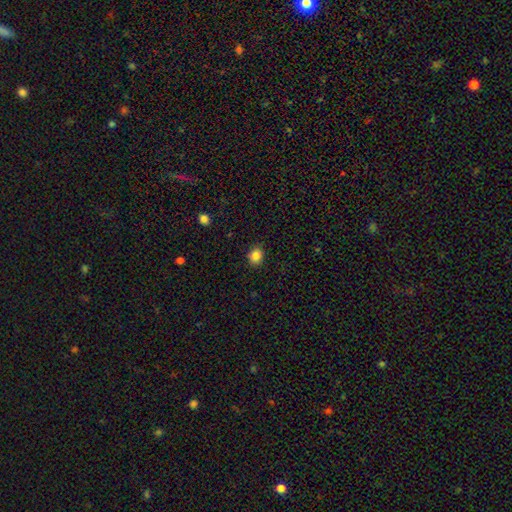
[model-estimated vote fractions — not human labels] smooth_or_featured: smooth (p=0.86) [alt: star or artifact p=0.10]
how_rounded: round (p=0.64) [alt: in between p=0.35]
merging: none (p=0.87) [alt: minor disturbance p=0.09]